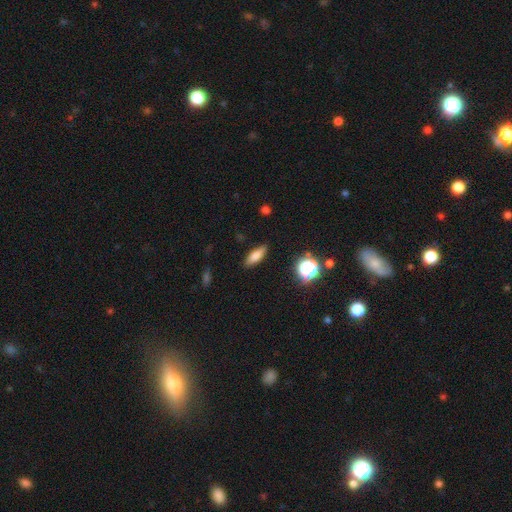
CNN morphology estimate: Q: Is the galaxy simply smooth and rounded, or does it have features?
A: smooth — 74%.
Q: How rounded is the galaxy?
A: in between — 61%.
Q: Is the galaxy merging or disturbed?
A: none — 86%.